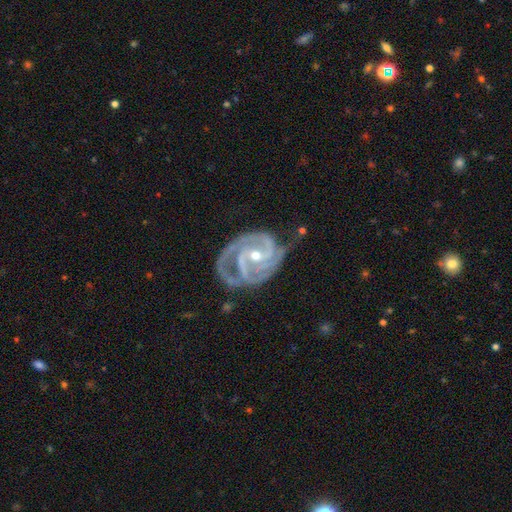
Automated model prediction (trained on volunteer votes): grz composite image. It shows a featured or disk galaxy (93%) with a weak bar (38%), 3 (44%) tight (55%) spiral arms (98%) and a small central bulge (54%). Merging: none (56%).